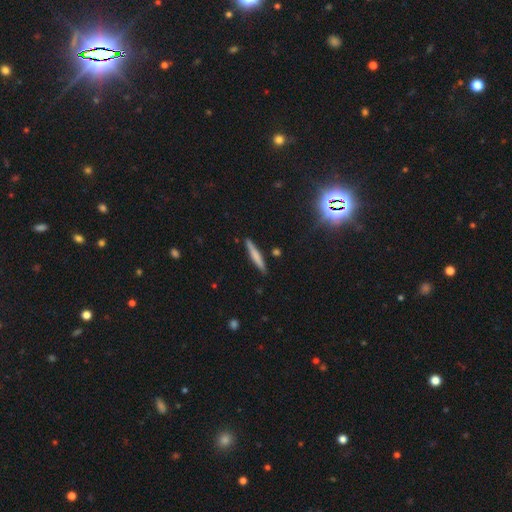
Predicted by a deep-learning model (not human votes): A smooth galaxy with no disk features (64%) that is cigar-shaped (94%). Merging: none (88%).